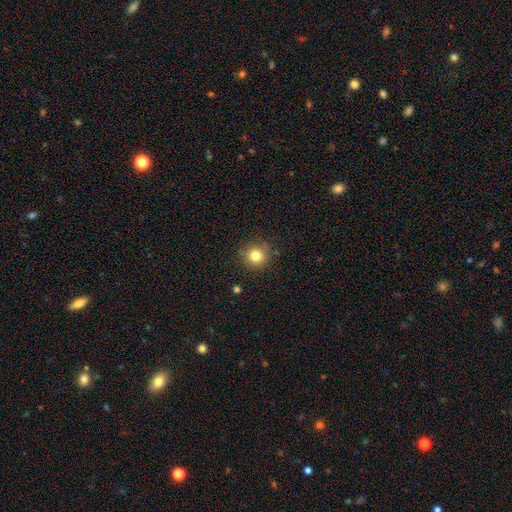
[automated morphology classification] The model was most divided on "smooth or featured": smooth: 81%, star or artifact: 12%, featured or disk: 7%. More confident: how rounded — round (92%); merging — none (87%).